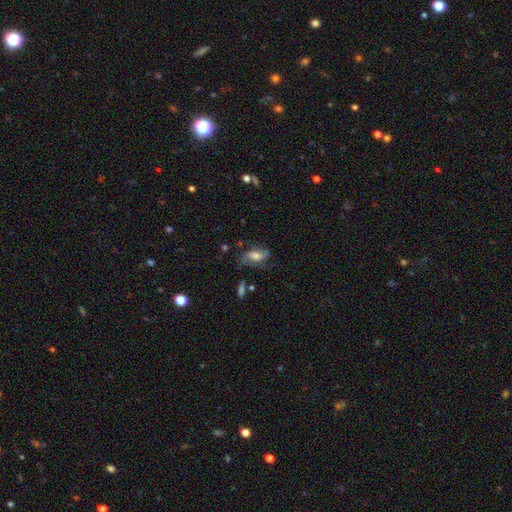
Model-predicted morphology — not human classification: smooth-or-featured: featured or disk: 49% | smooth: 42% | star or artifact: 9%
  merging: none: 55% | minor disturbance: 25% | major disturbance: 16% | merger: 3%